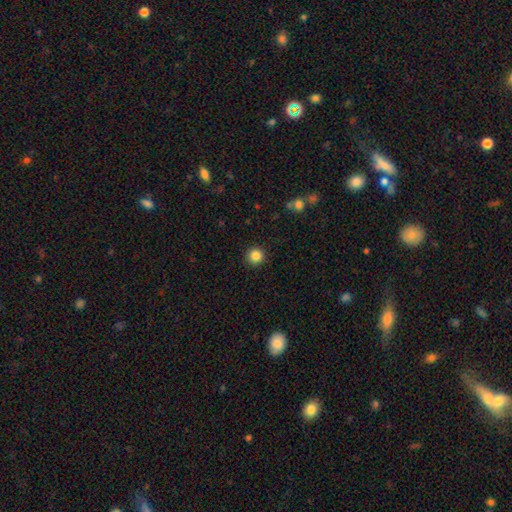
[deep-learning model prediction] A smooth galaxy with no disk features (85%) that is round (95%).

Vote fractions:
- Smooth or featured? smooth: 85% / star or artifact: 11% / featured or disk: 4%
- How rounded? round: 95% / in between: 4% / cigar-shaped: 1%
- Merging? none: 92% / minor disturbance: 5% / major disturbance: 2% / merger: 1%